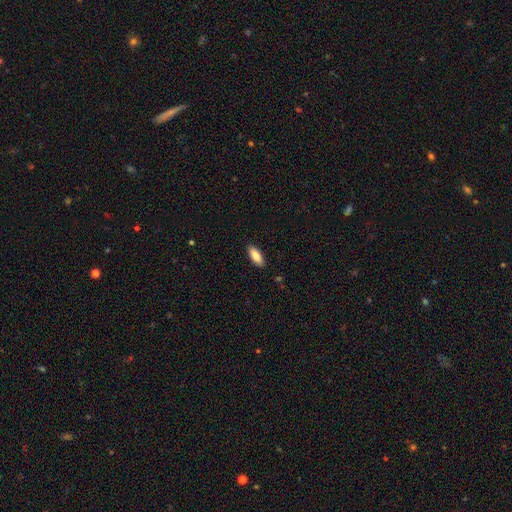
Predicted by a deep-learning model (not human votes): Q: Smooth or featured?
A: smooth (87%); runner-up: featured or disk (7%)
Q: How rounded?
A: in between (73%); runner-up: cigar-shaped (25%)
Q: Merging?
A: none (89%); runner-up: minor disturbance (8%)